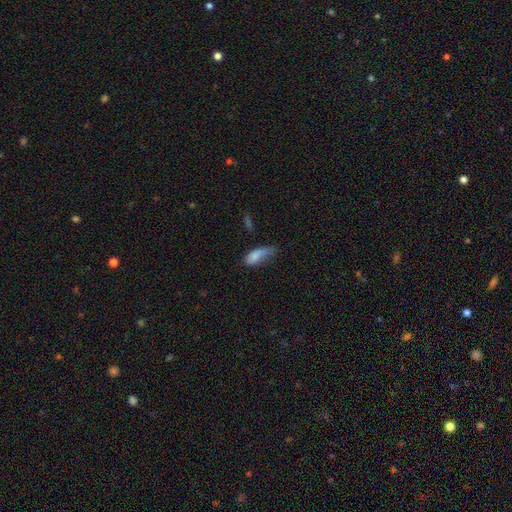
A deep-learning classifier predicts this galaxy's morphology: A smooth galaxy with no disk features (78%) that is in between round and cigar-shaped (77%).

Vote fractions:
- Smooth or featured? smooth: 78% / featured or disk: 14% / star or artifact: 8%
- How rounded? in between: 77% / cigar-shaped: 19% / round: 3%
- Merging? minor disturbance: 36% / major disturbance: 30% / none: 28% / merger: 5%